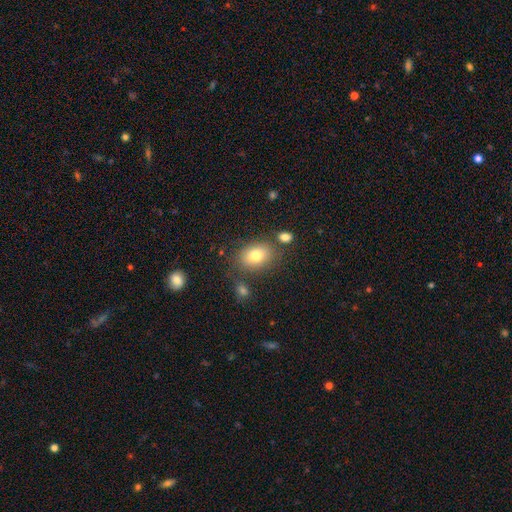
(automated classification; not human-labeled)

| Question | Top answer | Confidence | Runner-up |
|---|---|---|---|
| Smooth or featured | smooth | 78% | featured or disk (12%) |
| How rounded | in between | 74% | round (25%) |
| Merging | none | 74% | minor disturbance (14%) |